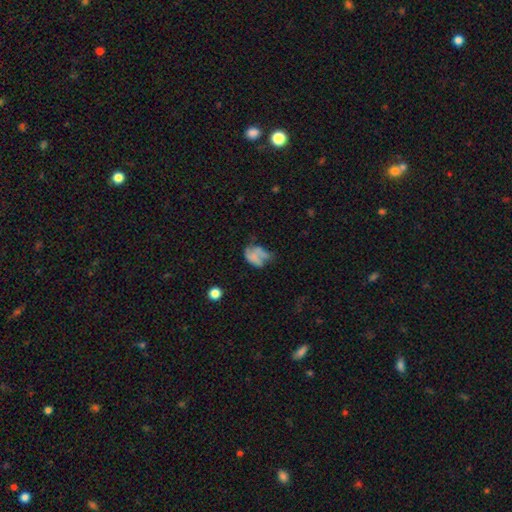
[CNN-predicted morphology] Smooth or featured?
  - smooth: 50% *
  - featured or disk: 38%
  - star or artifact: 12%
Merging?
  - major disturbance: 33% *
  - none: 29%
  - minor disturbance: 28%
  - merger: 10%